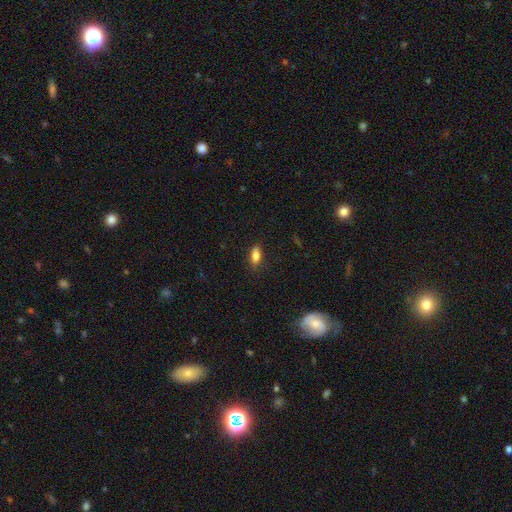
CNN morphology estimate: smooth_or_featured: smooth (p=0.82) [alt: featured or disk p=0.09]
how_rounded: in between (p=0.83) [alt: cigar-shaped p=0.13]
merging: none (p=0.84) [alt: minor disturbance p=0.12]